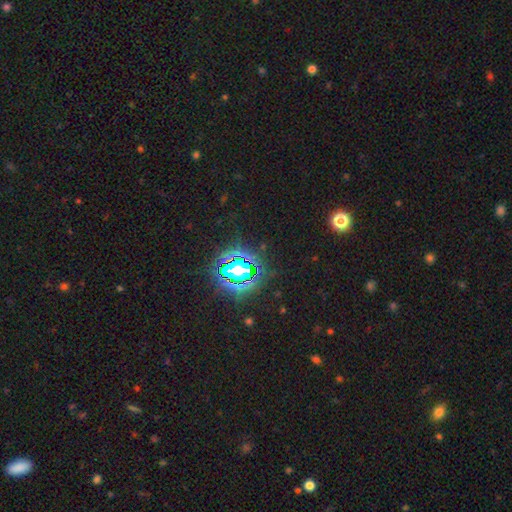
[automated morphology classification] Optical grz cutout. It shows a star or artifact, not a galaxy (81%).